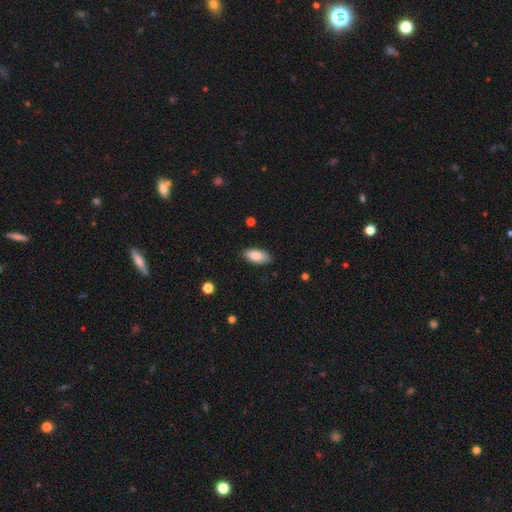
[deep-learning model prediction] Smooth or featured?
  - smooth: 85% *
  - featured or disk: 9%
  - star or artifact: 7%
How rounded?
  - in between: 91% *
  - cigar-shaped: 6%
  - round: 2%
Merging?
  - none: 82% *
  - minor disturbance: 14%
  - major disturbance: 2%
  - merger: 1%